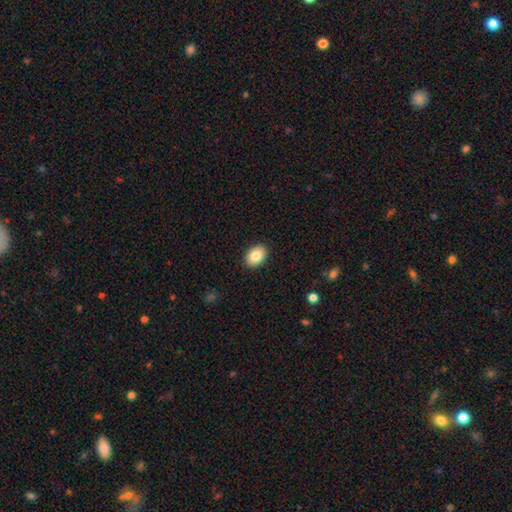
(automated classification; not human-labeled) Smooth or featured? smooth (85%)
How rounded? in between (84%)
Merging? none (90%)